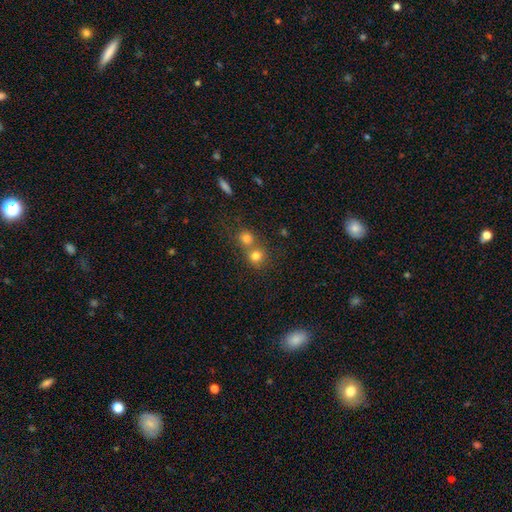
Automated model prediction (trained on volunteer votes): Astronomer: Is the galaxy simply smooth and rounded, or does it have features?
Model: smooth — 78%.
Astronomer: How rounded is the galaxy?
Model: round — 86%.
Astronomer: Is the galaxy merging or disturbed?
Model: merger — 46% (runner-up: none, 45%).